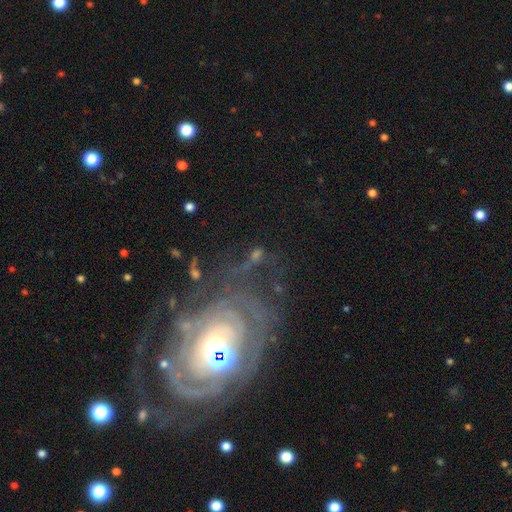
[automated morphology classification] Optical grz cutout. It shows a featured or disk galaxy (64%) with no bar (53%), spiral arms (80%) and a moderate central bulge (43%). Merging: none (55%).